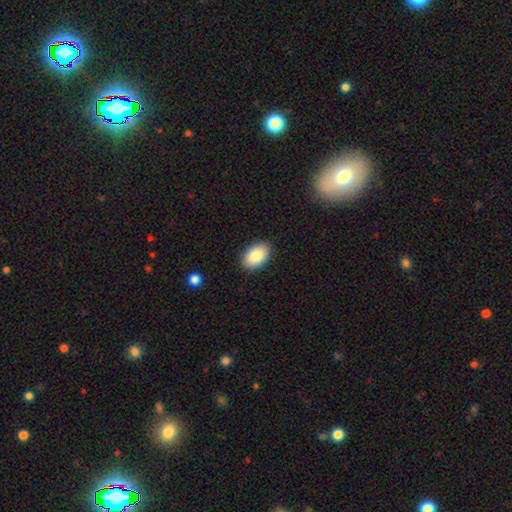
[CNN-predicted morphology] Q: Smooth or featured?
A: smooth (87%); runner-up: featured or disk (7%)
Q: How rounded?
A: in between (91%); runner-up: round (8%)
Q: Merging?
A: none (89%); runner-up: minor disturbance (8%)